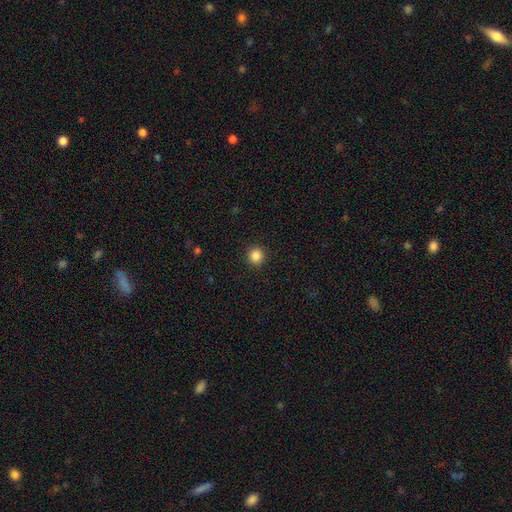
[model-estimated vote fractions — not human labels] A smooth galaxy with no disk features (86%) that is round (93%). Merging: none (92%).